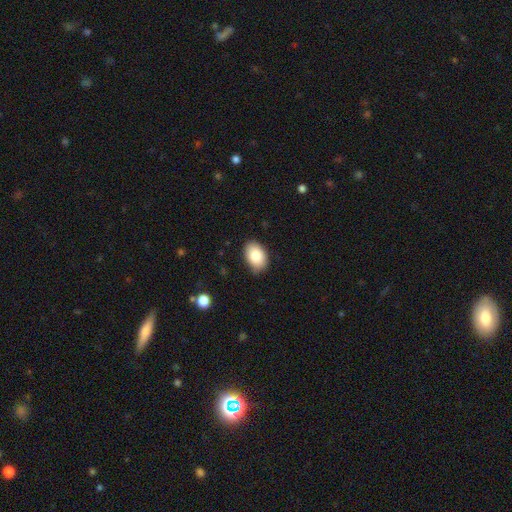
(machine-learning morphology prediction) Smooth or featured?
  - smooth: 82% *
  - featured or disk: 10%
  - star or artifact: 8%
How rounded?
  - in between: 86% *
  - round: 13%
  - cigar-shaped: 1%
Merging?
  - none: 82% *
  - minor disturbance: 14%
  - major disturbance: 2%
  - merger: 1%